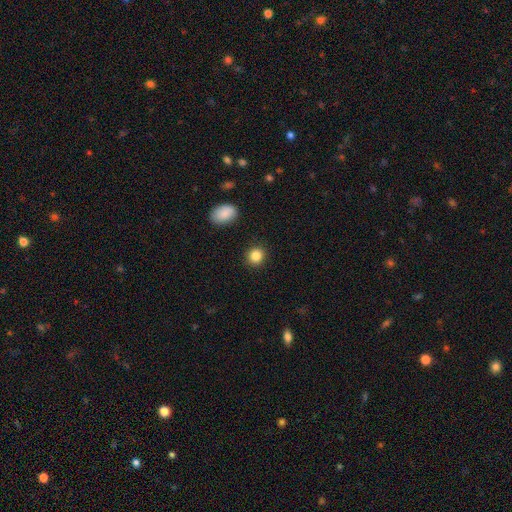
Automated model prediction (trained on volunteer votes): A smooth galaxy with no disk features (85%) that is round (85%).

Vote fractions:
- Smooth or featured? smooth: 85% / star or artifact: 10% / featured or disk: 4%
- How rounded? round: 85% / in between: 14% / cigar-shaped: 1%
- Merging? none: 91% / minor disturbance: 6% / major disturbance: 2% / merger: 2%